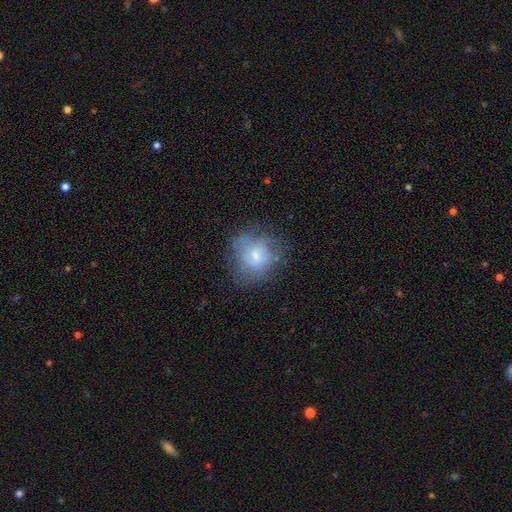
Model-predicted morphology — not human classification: This appears to be a smooth galaxy with no disk features (47%). Merging: none (55%).